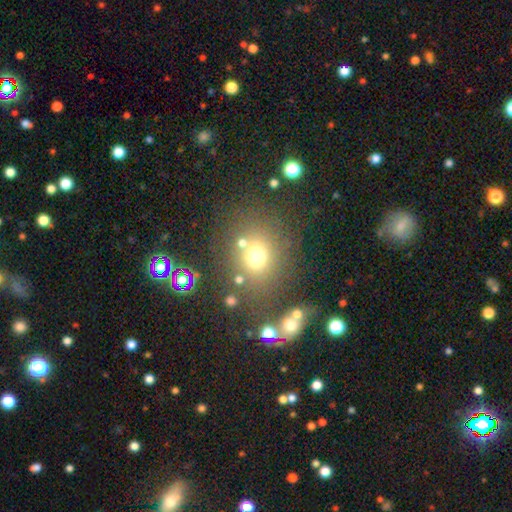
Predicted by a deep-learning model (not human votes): smooth-or-featured: smooth: 65% | star or artifact: 22% | featured or disk: 12%
  how-rounded: round: 78% | in between: 21% | cigar-shaped: 1%
  merging: none: 70% | merger: 11% | minor disturbance: 11% | major disturbance: 7%